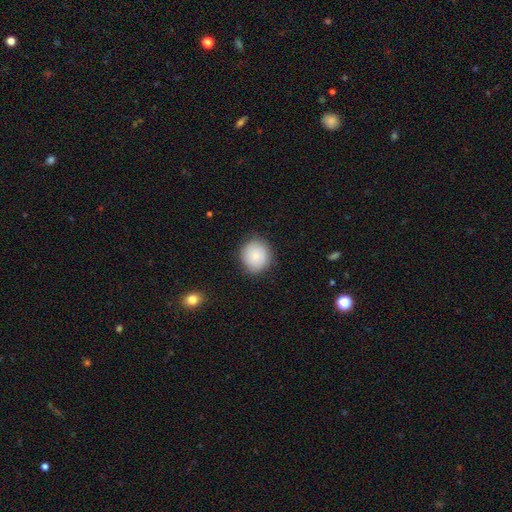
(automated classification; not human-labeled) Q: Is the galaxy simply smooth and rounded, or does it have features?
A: smooth — 83%.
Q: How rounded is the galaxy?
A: round — 86%.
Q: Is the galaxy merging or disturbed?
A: none — 84%.